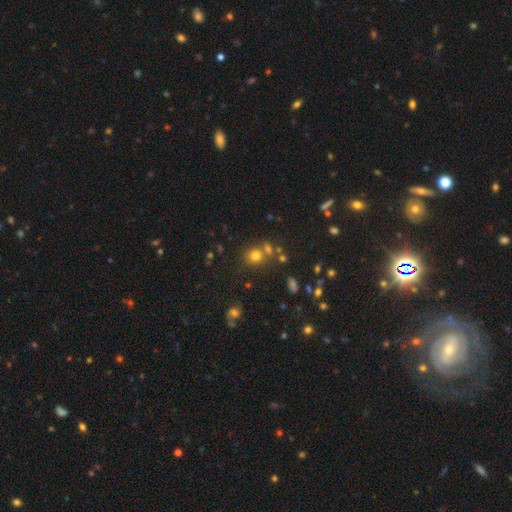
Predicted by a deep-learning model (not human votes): smooth_or_featured: smooth (p=0.73) [alt: star or artifact p=0.18]
how_rounded: round (p=0.81) [alt: in between p=0.18]
merging: none (p=0.64) [alt: merger p=0.21]